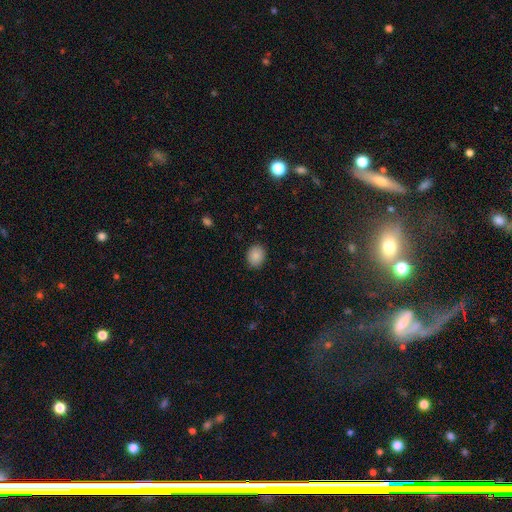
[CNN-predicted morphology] A smooth galaxy with no disk features (87%) that is round (58%). Merging: none (88%).